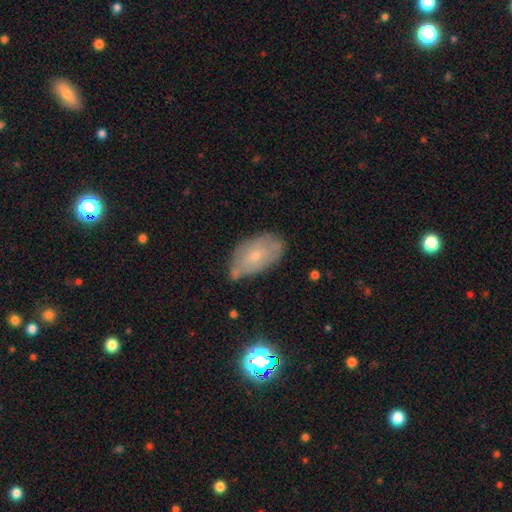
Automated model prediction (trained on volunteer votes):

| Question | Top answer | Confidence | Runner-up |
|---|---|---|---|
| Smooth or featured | smooth | 57% | featured or disk (35%) |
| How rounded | in between | 92% | round (6%) |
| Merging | none | 53% | minor disturbance (33%) |